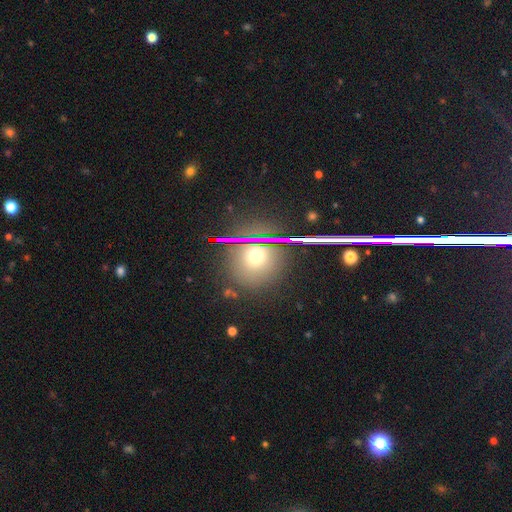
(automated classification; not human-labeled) smooth_or_featured: smooth (p=0.59) [alt: star or artifact p=0.29]
how_rounded: round (p=0.81) [alt: in between p=0.17]
merging: none (p=0.81) [alt: minor disturbance p=0.10]